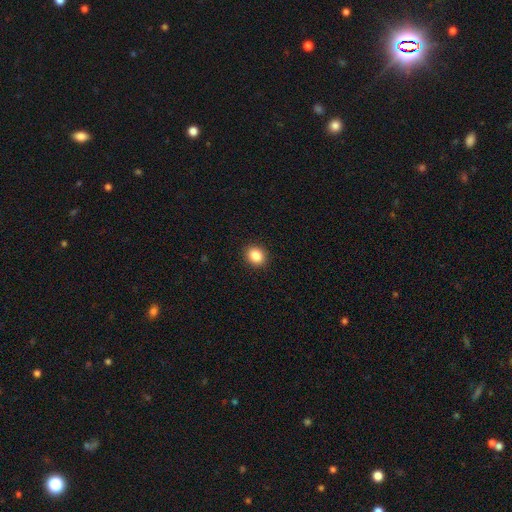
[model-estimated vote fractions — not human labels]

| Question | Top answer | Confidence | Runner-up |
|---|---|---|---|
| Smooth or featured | smooth | 86% | star or artifact (10%) |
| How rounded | round | 68% | in between (31%) |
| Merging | none | 92% | minor disturbance (5%) |